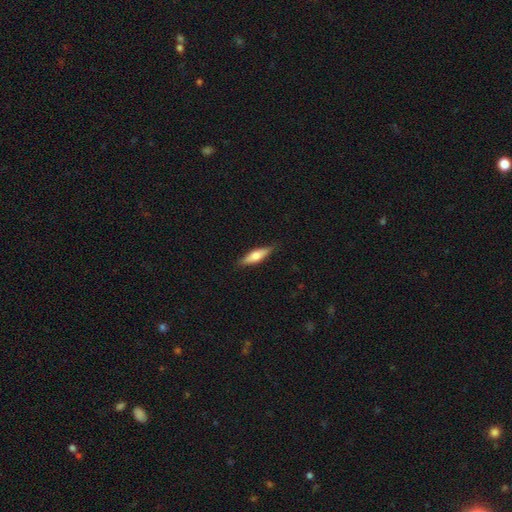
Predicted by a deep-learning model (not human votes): smooth_or_featured: smooth (p=0.59) [alt: featured or disk p=0.35]
how_rounded: cigar-shaped (p=0.57) [alt: in between p=0.41]
merging: none (p=0.85) [alt: minor disturbance p=0.12]